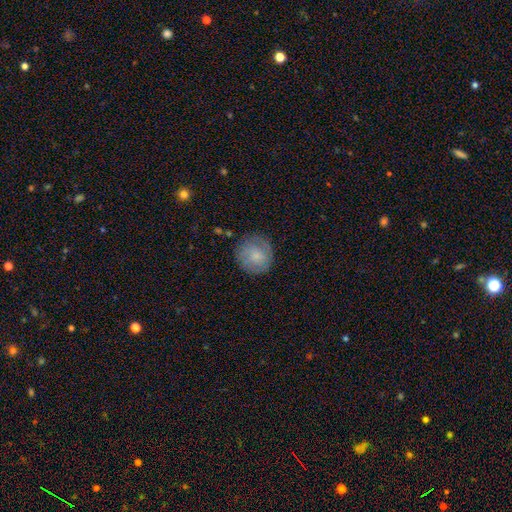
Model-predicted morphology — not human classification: The model was most divided on "smooth or featured": smooth: 76%, featured or disk: 17%, star or artifact: 7%. More confident: how rounded — round (91%); merging — none (80%).